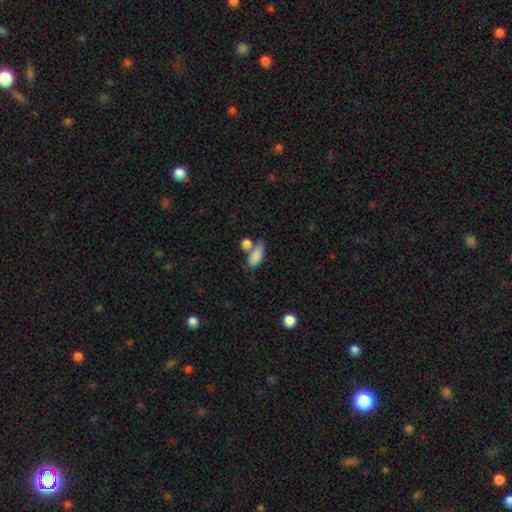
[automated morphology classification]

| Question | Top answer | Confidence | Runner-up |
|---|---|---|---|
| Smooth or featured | smooth | 84% | featured or disk (8%) |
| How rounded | in between | 82% | cigar-shaped (13%) |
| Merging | none | 43% | merger (33%) |